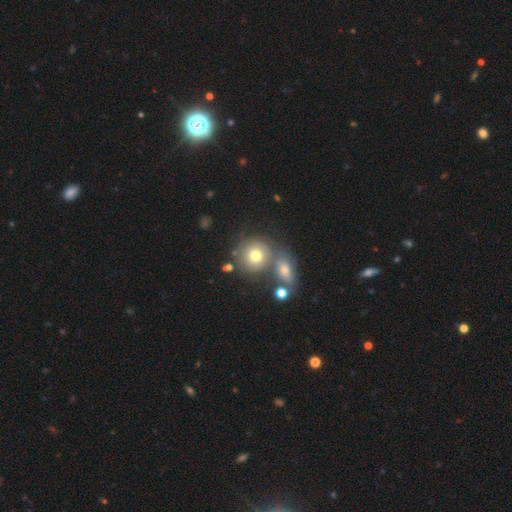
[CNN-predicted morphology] A smooth galaxy with no disk features (71%) that is round (85%). Merging: none (48%).